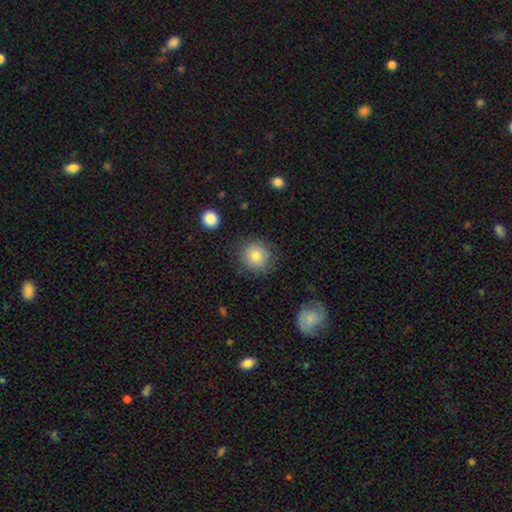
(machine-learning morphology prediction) A smooth galaxy with no disk features (82%) that is round (89%).

Vote fractions:
- Smooth or featured? smooth: 82% / star or artifact: 10% / featured or disk: 9%
- How rounded? round: 89% / in between: 10% / cigar-shaped: 1%
- Merging? none: 85% / minor disturbance: 10% / major disturbance: 3% / merger: 2%